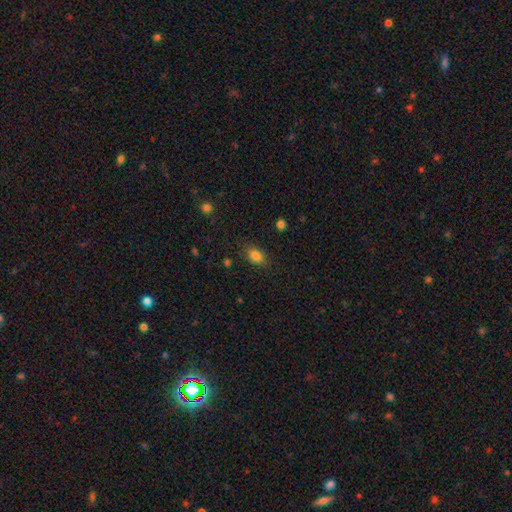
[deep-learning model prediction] This is clearly a smooth galaxy (83%). How rounded: likely in between (80%). Merging: clearly none (84%).